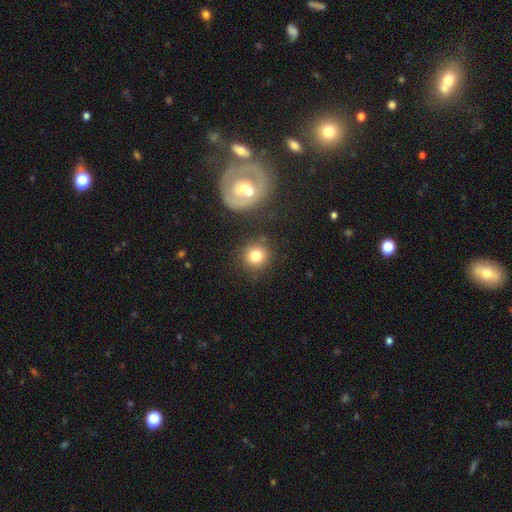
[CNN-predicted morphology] Smooth or featured?
  - smooth: 80% *
  - star or artifact: 11%
  - featured or disk: 10%
How rounded?
  - round: 90% *
  - in between: 9%
  - cigar-shaped: 1%
Merging?
  - none: 80% *
  - minor disturbance: 10%
  - merger: 7%
  - major disturbance: 4%